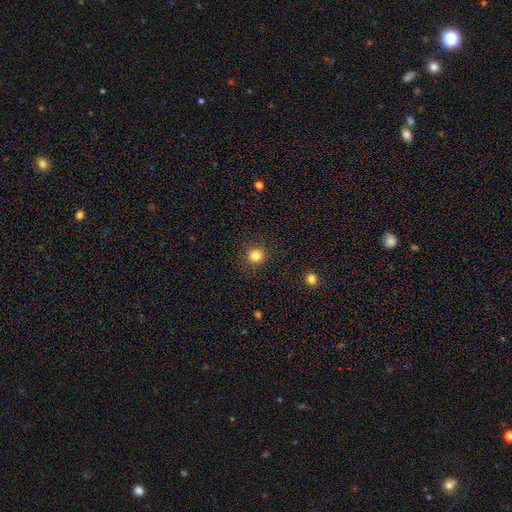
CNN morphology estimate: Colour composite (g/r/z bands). It shows a smooth galaxy with no disk features (83%) that is round (92%). Merging: none (90%).